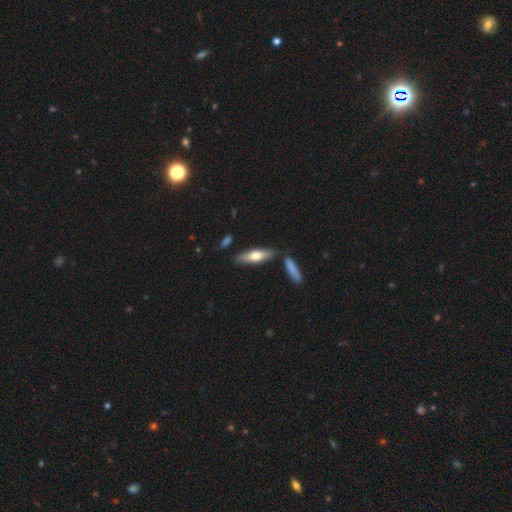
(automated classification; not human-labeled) smooth_or_featured: smooth (p=0.63) [alt: featured or disk p=0.32]
how_rounded: cigar-shaped (p=0.60) [alt: in between p=0.39]
merging: none (p=0.80) [alt: minor disturbance p=0.10]